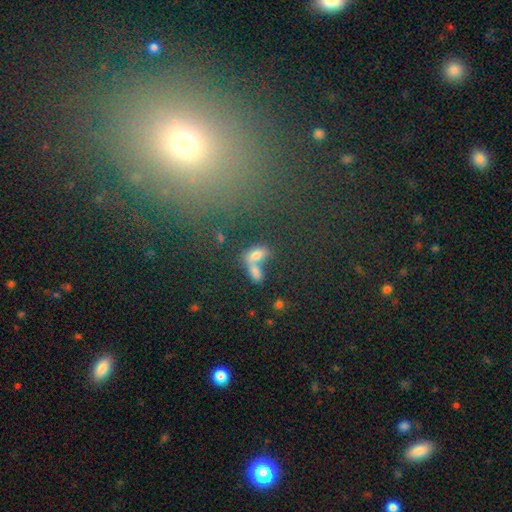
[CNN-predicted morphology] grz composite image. It shows a smooth galaxy with no disk features (71%) that is in between round and cigar-shaped (82%). Merging: merger (58%).